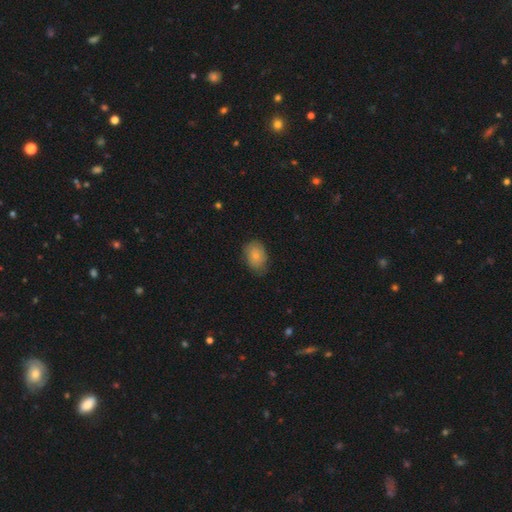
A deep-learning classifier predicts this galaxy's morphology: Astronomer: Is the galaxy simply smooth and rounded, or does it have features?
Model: smooth — 80%.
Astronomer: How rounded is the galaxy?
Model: in between — 72%.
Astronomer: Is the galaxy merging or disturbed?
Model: none — 71%.